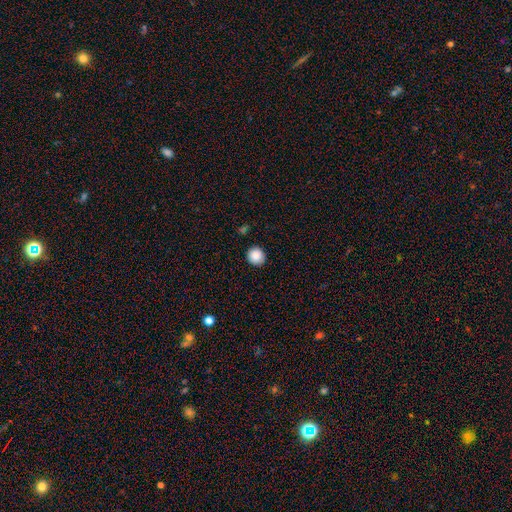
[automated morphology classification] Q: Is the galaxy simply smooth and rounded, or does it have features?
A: smooth — 87%.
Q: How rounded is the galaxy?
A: round — 93%.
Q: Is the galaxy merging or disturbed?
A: none — 90%.